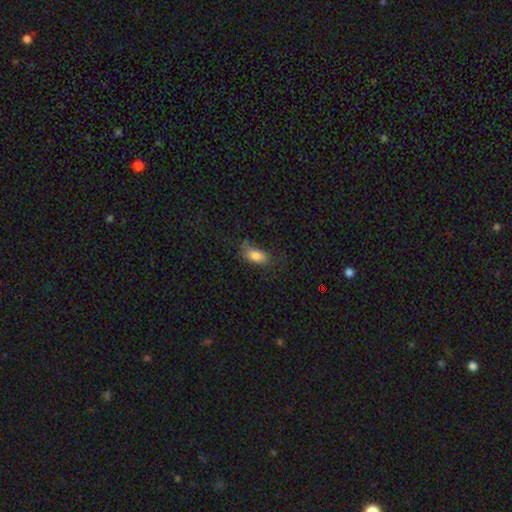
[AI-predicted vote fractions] smooth_or_featured: smooth (p=0.80) [alt: featured or disk p=0.11]
how_rounded: in between (p=0.88) [alt: cigar-shaped p=0.06]
merging: none (p=0.54) [alt: minor disturbance p=0.27]